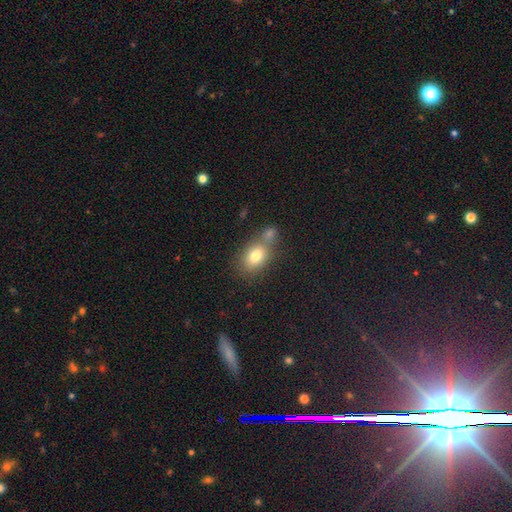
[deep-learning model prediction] A smooth galaxy with no disk features (77%) that is in between round and cigar-shaped (77%).

Vote fractions:
- Smooth or featured? smooth: 77% / featured or disk: 13% / star or artifact: 10%
- How rounded? in between: 77% / round: 21% / cigar-shaped: 2%
- Merging? none: 48% / merger: 35% / minor disturbance: 12% / major disturbance: 5%